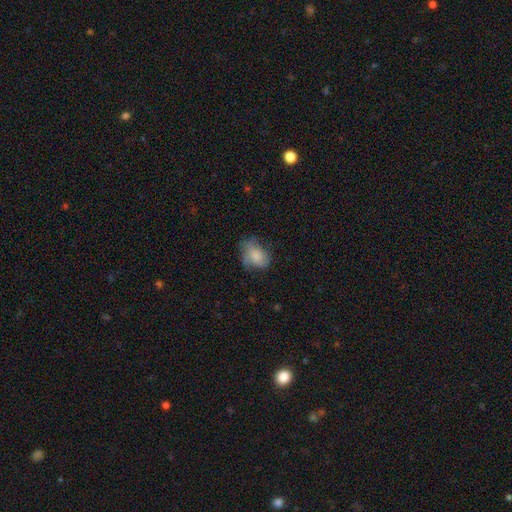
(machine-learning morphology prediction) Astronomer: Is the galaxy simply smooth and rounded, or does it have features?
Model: smooth — 72%.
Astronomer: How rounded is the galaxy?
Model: in between — 72%.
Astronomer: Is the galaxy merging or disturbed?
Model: none — 44% (runner-up: minor disturbance, 34%).